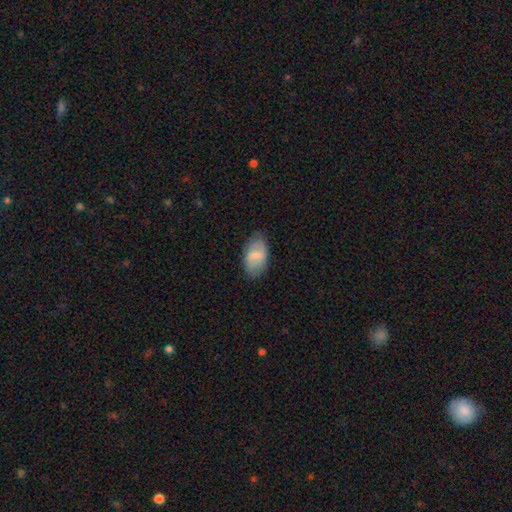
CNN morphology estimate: This appears to be a smooth galaxy with no disk features (65%) that is in between round and cigar-shaped (93%). Merging: none (80%).